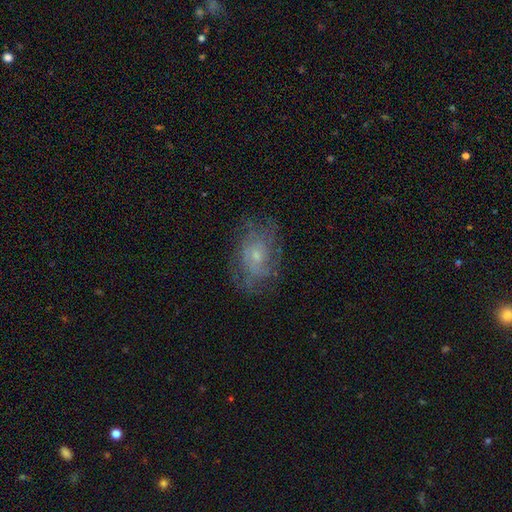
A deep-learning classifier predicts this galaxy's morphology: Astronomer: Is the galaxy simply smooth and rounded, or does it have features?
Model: featured or disk — 60%.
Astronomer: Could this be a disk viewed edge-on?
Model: no — 96%.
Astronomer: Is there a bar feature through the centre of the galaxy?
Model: no — 78%.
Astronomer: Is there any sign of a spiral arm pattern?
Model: yes — 72%.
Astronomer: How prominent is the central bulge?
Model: small — 67%.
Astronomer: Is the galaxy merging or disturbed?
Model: none — 66%.